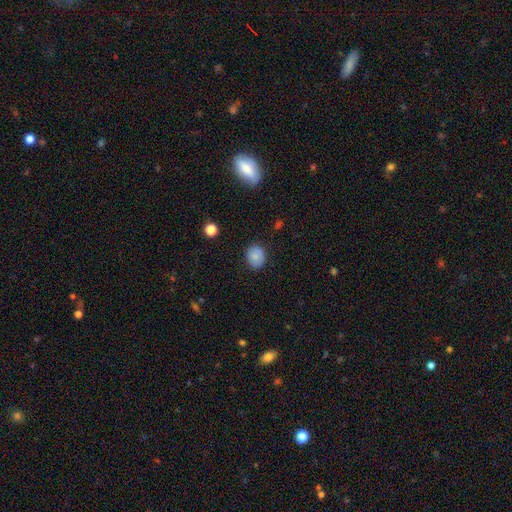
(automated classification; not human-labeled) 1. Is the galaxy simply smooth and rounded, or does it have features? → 83% smooth, 9% star or artifact, 8% featured or disk.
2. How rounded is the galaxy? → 59% round, 40% in between, 1% cigar-shaped.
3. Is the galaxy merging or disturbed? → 84% none, 12% minor disturbance, 3% major disturbance, 1% merger.